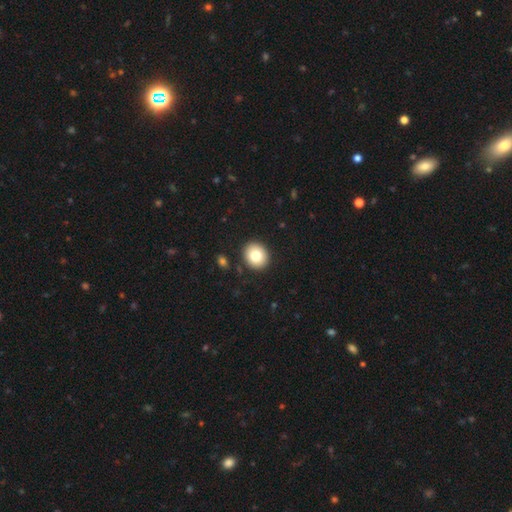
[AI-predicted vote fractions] Smooth or featured? smooth (79%)
How rounded? round (80%)
Merging? none (91%)